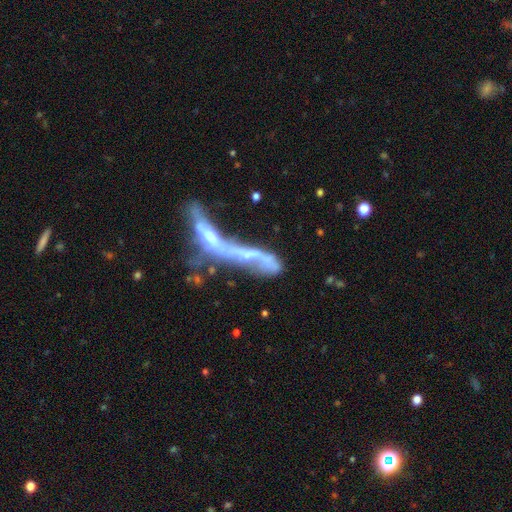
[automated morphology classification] Smooth or featured?
  - featured or disk: 64% *
  - smooth: 24%
  - star or artifact: 12%
Edge-on disk?
  - no: 60% *
  - yes: 40%
Merging?
  - merger: 56% *
  - major disturbance: 24%
  - none: 13%
  - minor disturbance: 8%